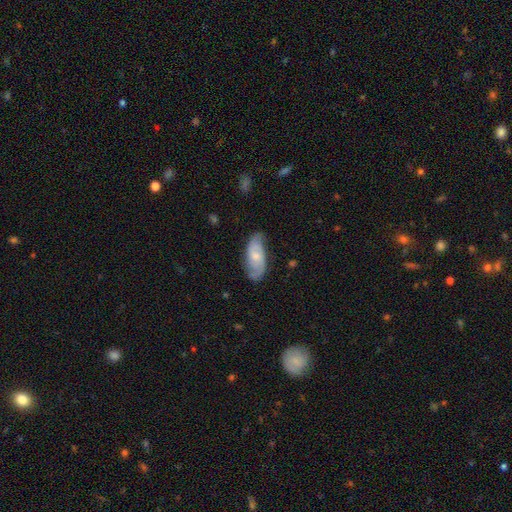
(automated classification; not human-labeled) Smooth or featured? featured or disk (65%)
Edge-on disk? no (93%)
Bar? no (56%)
Spiral arms? yes (92%)
Spiral winding? medium (46%)
Spiral arm count? 2 (76%)
Bulge size? moderate (44%)
Merging? none (71%)